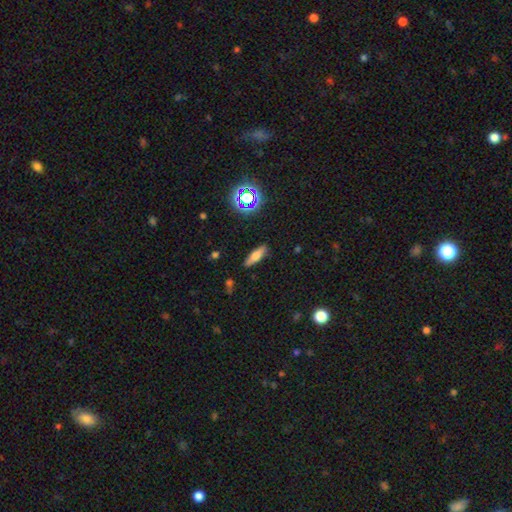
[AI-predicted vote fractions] This appears to be a smooth galaxy with no disk features (64%) that is cigar-shaped (53%). Merging: none (87%).